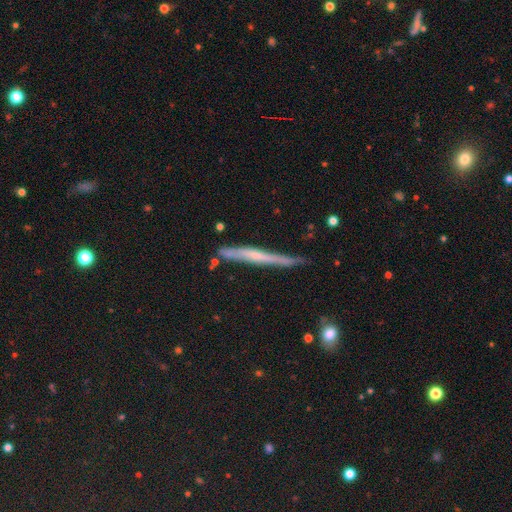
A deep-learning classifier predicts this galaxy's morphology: This is possibly a featured or disk galaxy (57%). It is clearly viewed edge-on (94%). Edge-on bulge: likely none (63%). Merging: likely none (73%).